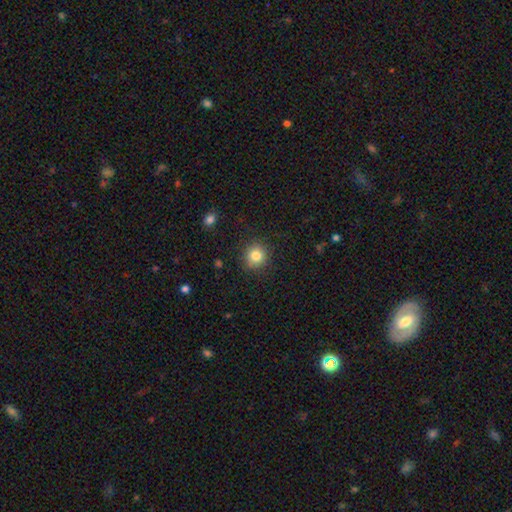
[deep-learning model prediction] Smooth or featured? smooth (83%)
How rounded? round (90%)
Merging? none (88%)